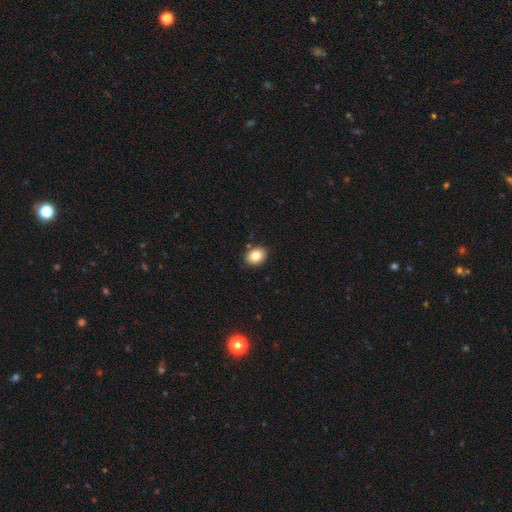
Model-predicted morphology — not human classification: Q: Smooth or featured?
A: smooth (83%); runner-up: star or artifact (9%)
Q: How rounded?
A: in between (58%); runner-up: round (41%)
Q: Merging?
A: none (87%); runner-up: minor disturbance (9%)